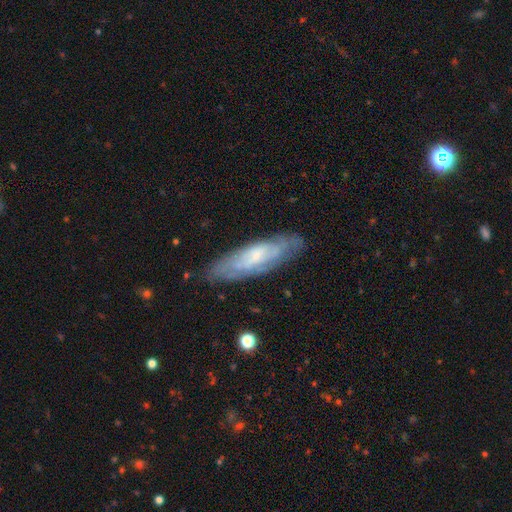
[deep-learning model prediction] smooth-or-featured: featured or disk: 58% | smooth: 35% | star or artifact: 7%
  disk-edge-on: no: 65% | yes: 35%
  merging: none: 78% | minor disturbance: 17% | major disturbance: 4% | merger: 2%